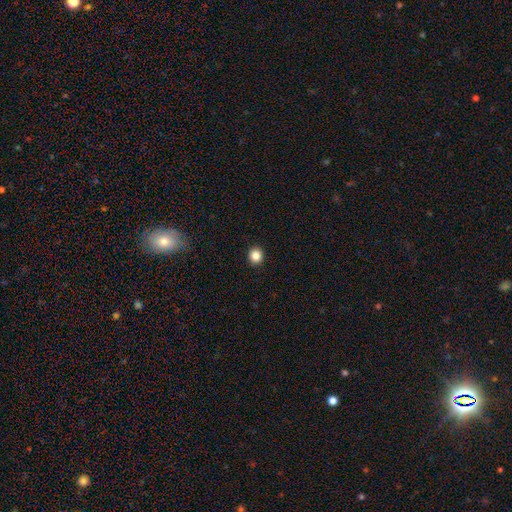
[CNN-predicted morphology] The model was most divided on "smooth or featured": smooth: 85%, star or artifact: 11%, featured or disk: 4%. More confident: merging — none (93%); how rounded — round (90%).